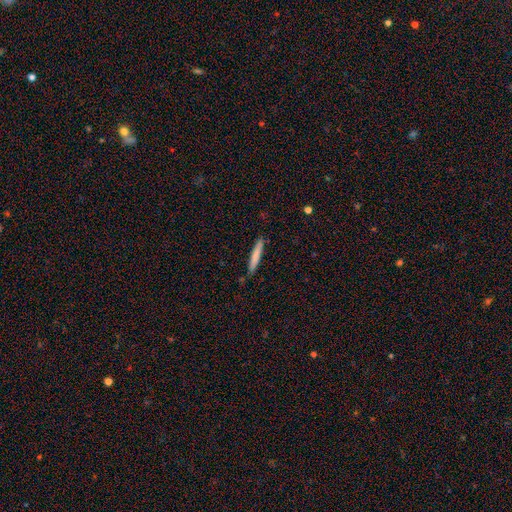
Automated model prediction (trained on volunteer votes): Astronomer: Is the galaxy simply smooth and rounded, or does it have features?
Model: smooth — 78%.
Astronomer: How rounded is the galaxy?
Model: cigar-shaped — 94%.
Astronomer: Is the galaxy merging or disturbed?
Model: none — 86%.